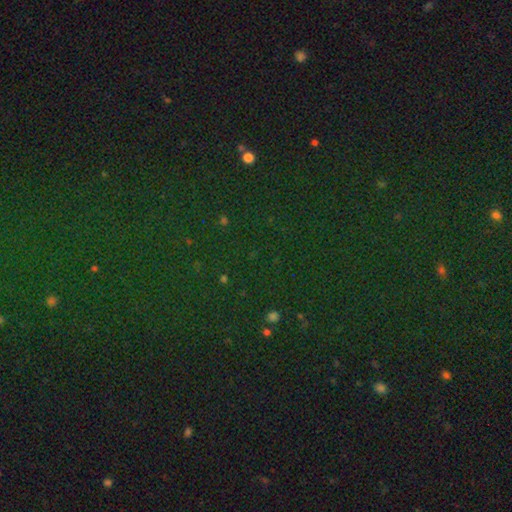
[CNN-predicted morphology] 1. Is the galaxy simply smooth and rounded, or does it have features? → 79% star or artifact, 13% smooth, 8% featured or disk.